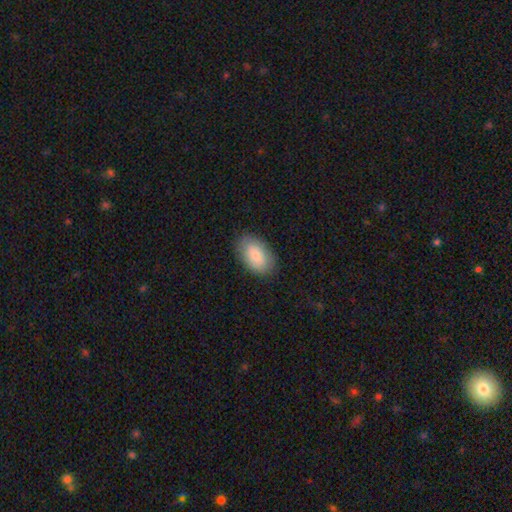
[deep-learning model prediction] The model was most divided on "merging": none: 85%, minor disturbance: 11%, major disturbance: 3%, merger: 1%. More confident: how rounded — in between (93%); smooth or featured — smooth (84%).